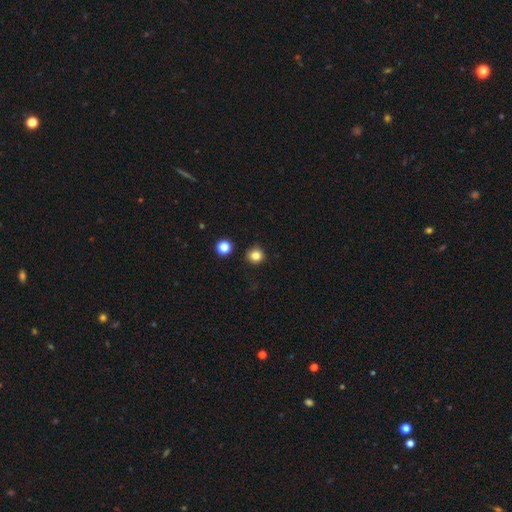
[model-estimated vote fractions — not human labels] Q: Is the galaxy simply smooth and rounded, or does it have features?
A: smooth — 83%.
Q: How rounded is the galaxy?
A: round — 92%.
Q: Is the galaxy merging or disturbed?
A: none — 90%.